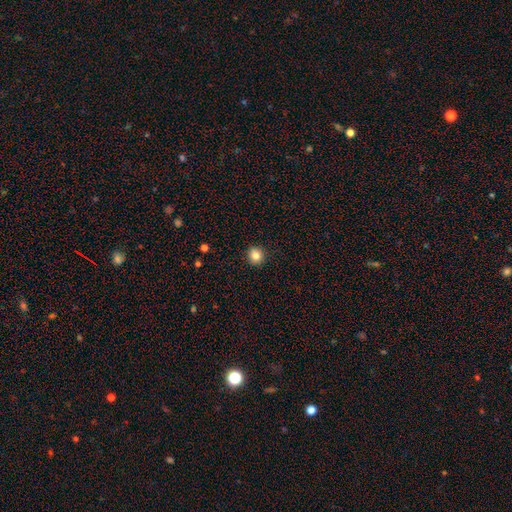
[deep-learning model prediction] This is clearly a smooth galaxy (83%). How rounded: clearly round (88%). Merging: clearly none (92%).